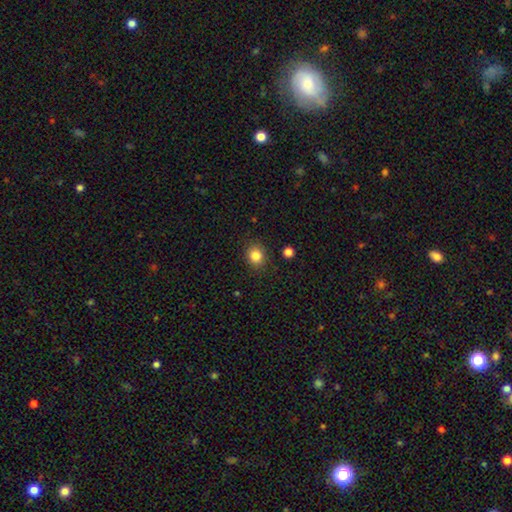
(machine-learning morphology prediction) Overall: smooth (84%). How rounded: round (75%). Merging: none (88%).